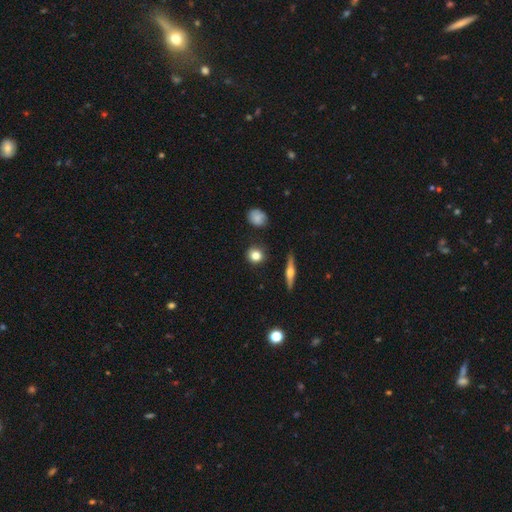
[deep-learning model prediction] This appears to be a smooth galaxy with no disk features (80%) that is round (87%). Merging: none (88%).